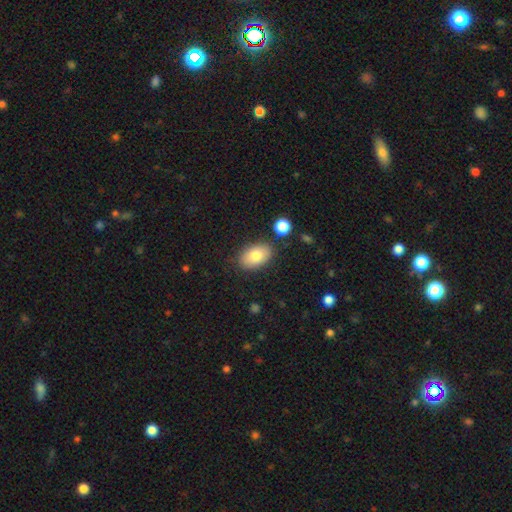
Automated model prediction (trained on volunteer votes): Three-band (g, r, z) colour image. It shows a smooth galaxy with no disk features (80%) that is in between round and cigar-shaped (91%). Merging: none (82%).